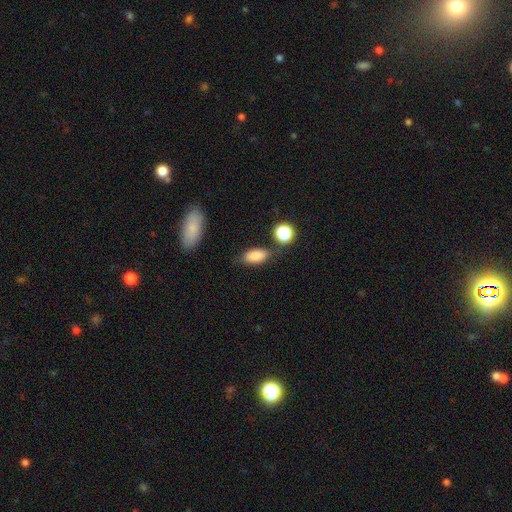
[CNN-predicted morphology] This is clearly a smooth galaxy (85%). How rounded: clearly in between (88%). Merging: likely none (73%).